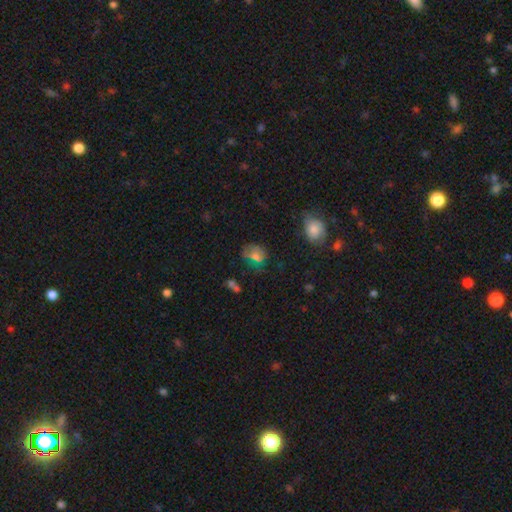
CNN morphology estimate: Smooth or featured? Predicted: smooth (p=0.58). How rounded? Predicted: in between (p=0.52). Merging? Predicted: none (p=0.54).